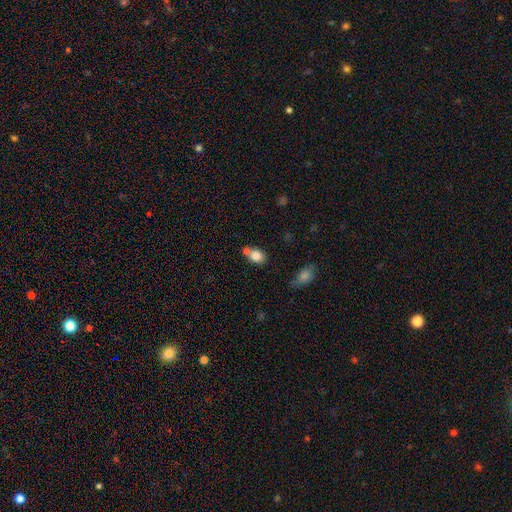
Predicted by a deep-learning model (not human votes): smooth_or_featured: smooth (p=0.81) [alt: featured or disk p=0.10]
how_rounded: in between (p=0.66) [alt: round p=0.33]
merging: none (p=0.47) [alt: merger p=0.35]